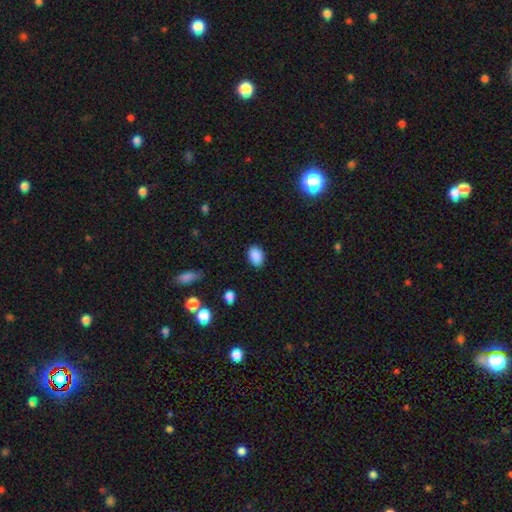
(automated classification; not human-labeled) A smooth galaxy with no disk features (88%) that is in between round and cigar-shaped (83%).

Vote fractions:
- Smooth or featured? smooth: 88% / star or artifact: 8% / featured or disk: 3%
- How rounded? in between: 83% / round: 16% / cigar-shaped: 1%
- Merging? none: 86% / minor disturbance: 11% / major disturbance: 3% / merger: 1%